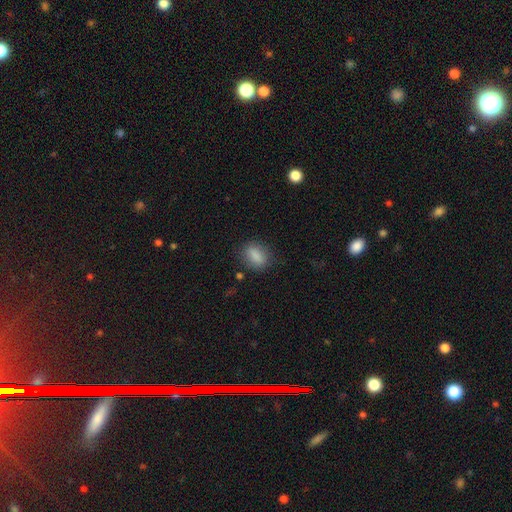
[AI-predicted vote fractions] Smooth or featured? smooth (85%)
How rounded? in between (76%)
Merging? none (79%)